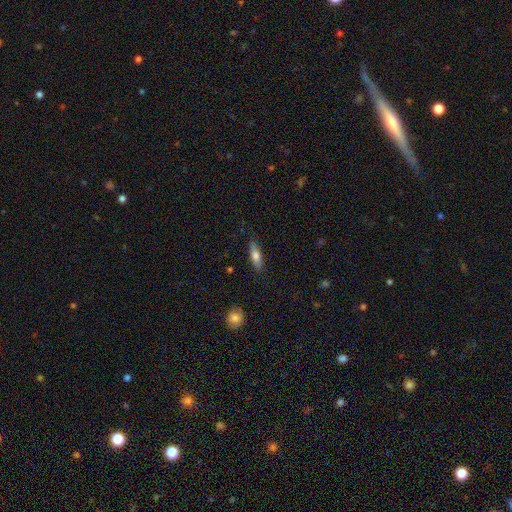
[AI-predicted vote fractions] Overall: smooth (67%; featured or disk 27%). How rounded: cigar-shaped (53%; in between 45%). Merging: none (86%).